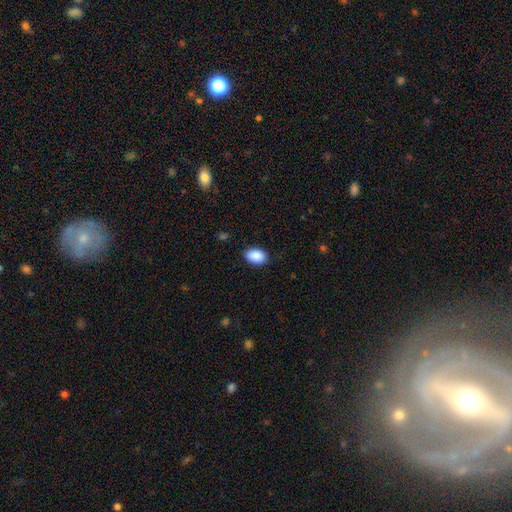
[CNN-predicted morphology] Smooth or featured? Predicted: smooth (p=0.90). How rounded? Predicted: in between (p=0.89). Merging? Predicted: none (p=0.87).